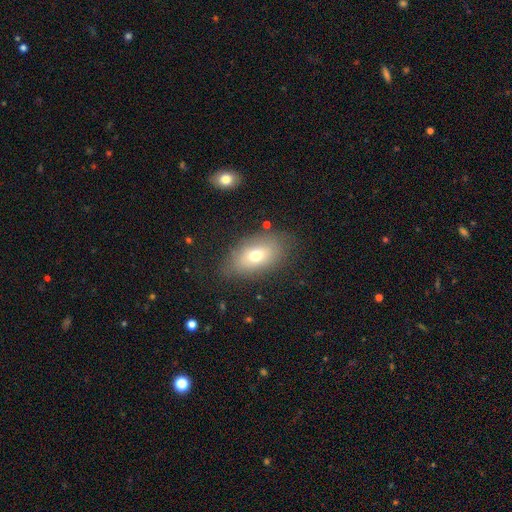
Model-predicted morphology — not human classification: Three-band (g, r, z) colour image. It shows a smooth galaxy with no disk features (66%) that is in between round and cigar-shaped (89%). Merging: none (77%).